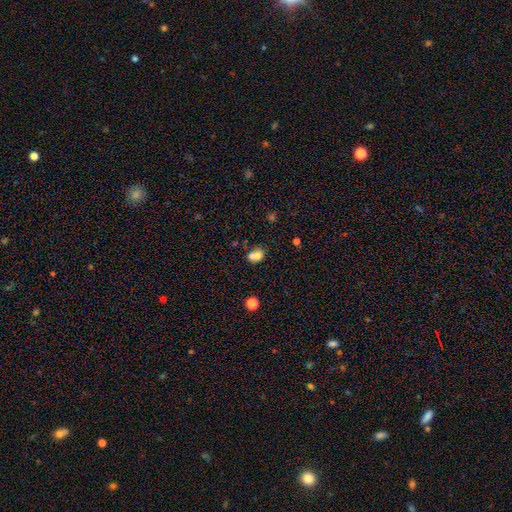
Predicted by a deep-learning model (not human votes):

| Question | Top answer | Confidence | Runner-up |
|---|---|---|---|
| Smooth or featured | smooth | 72% | featured or disk (16%) |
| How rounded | round | 51% | in between (48%) |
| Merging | merger | 54% | none (30%) |